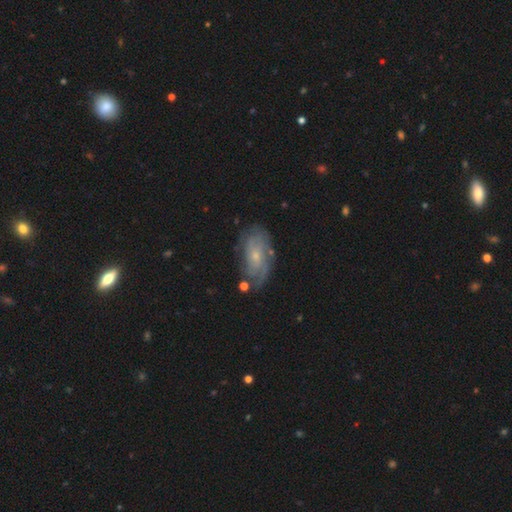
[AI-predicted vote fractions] The model was most divided on "spiral winding": tight: 56%, medium: 31%, loose: 13%. More confident: edge-on disk — no (94%); spiral arms — yes (83%); bar — no (76%); bulge size — small (71%); smooth or featured — featured or disk (68%); merging — none (66%); spiral arm count — can't tell (51%).